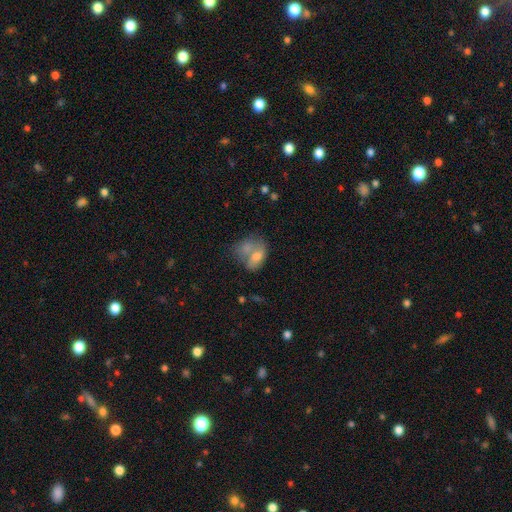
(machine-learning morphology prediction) smooth_or_featured: smooth (p=0.65) [alt: featured or disk p=0.24]
how_rounded: in between (p=0.76) [alt: round p=0.22]
merging: merger (p=0.57) [alt: none p=0.23]